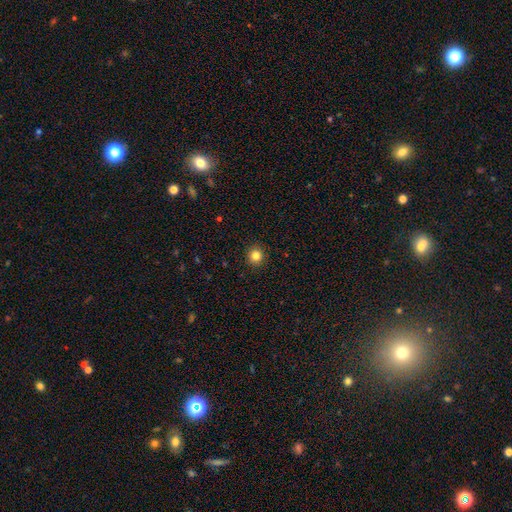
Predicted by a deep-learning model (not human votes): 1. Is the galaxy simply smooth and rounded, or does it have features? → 83% smooth, 12% star or artifact, 5% featured or disk.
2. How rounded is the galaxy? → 92% round, 7% in between, 1% cigar-shaped.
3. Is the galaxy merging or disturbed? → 93% none, 5% minor disturbance, 2% major disturbance, 1% merger.